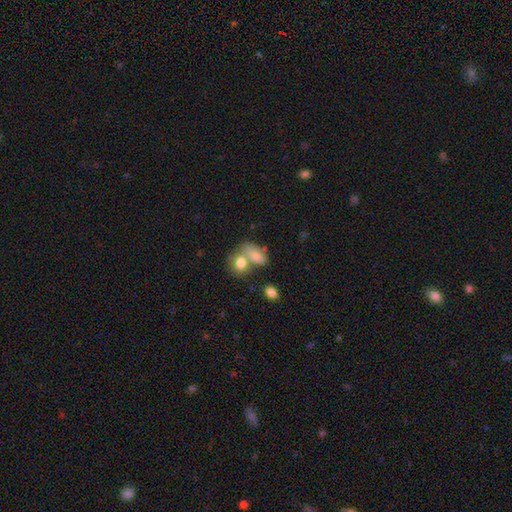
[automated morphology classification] smooth 79%, featured or disk 13%, star or artifact 9%. Down the decision tree: how rounded — in between (82%); merging — merger (50%).